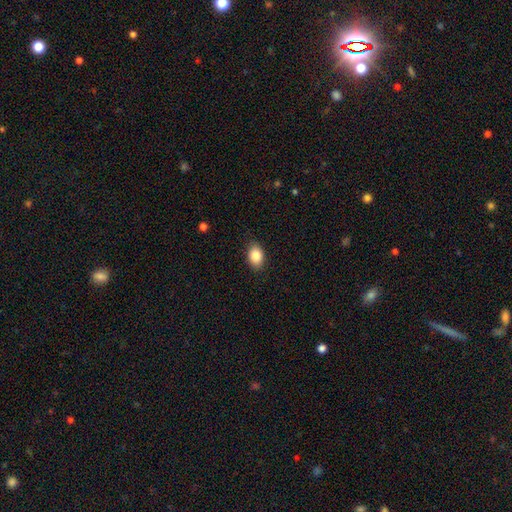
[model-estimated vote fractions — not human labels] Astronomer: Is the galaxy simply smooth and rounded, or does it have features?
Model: smooth — 87%.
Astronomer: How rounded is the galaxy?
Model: in between — 84%.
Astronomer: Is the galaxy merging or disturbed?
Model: none — 87%.